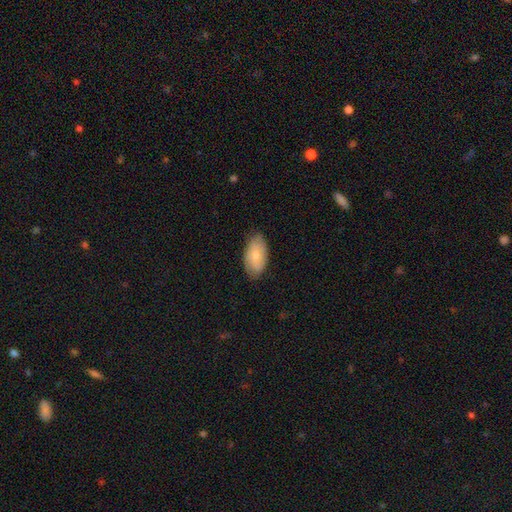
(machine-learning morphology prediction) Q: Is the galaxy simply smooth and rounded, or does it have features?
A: smooth — 67%.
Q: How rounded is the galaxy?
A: in between — 93%.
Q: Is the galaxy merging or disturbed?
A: none — 81%.